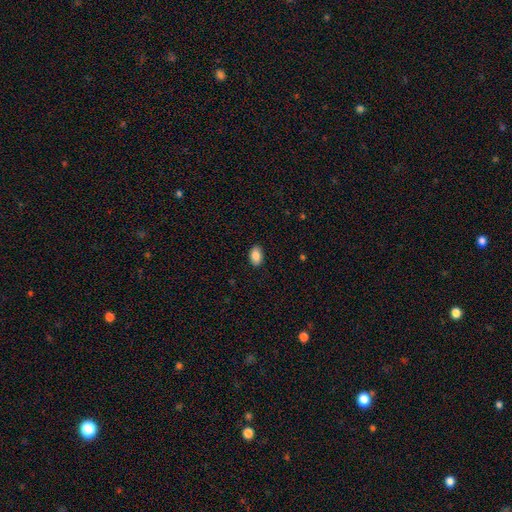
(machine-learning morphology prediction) smooth-or-featured: smooth: 88% | star or artifact: 7% | featured or disk: 5%
  how-rounded: in between: 90% | round: 8% | cigar-shaped: 1%
  merging: none: 89% | minor disturbance: 8% | major disturbance: 2% | merger: 1%